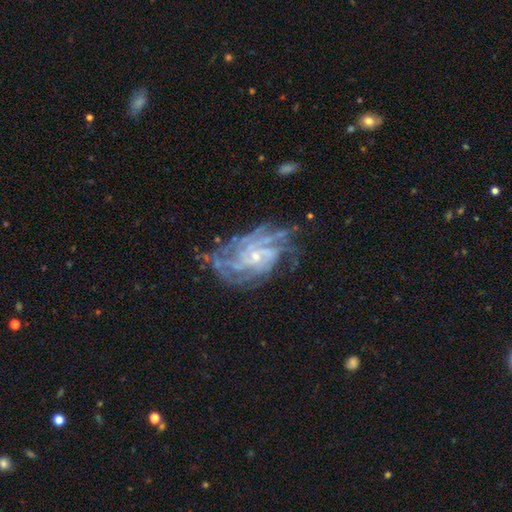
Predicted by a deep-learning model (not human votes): Smooth or featured? Predicted: featured or disk (p=0.87). Edge-on disk? Predicted: no (p=0.97). Bar? Predicted: no (p=0.68). Spiral arms? Predicted: yes (p=0.95). Spiral winding? Predicted: tight (p=0.58). Spiral arm count? Predicted: can't tell (p=0.29). Bulge size? Predicted: small (p=0.78). Merging? Predicted: none (p=0.64).